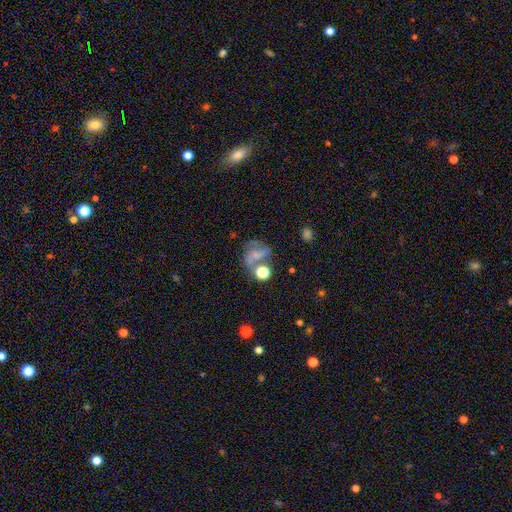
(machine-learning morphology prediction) Smooth or featured?
  - featured or disk: 49% *
  - smooth: 34%
  - star or artifact: 16%
Merging?
  - none: 39% *
  - merger: 22%
  - major disturbance: 21%
  - minor disturbance: 18%